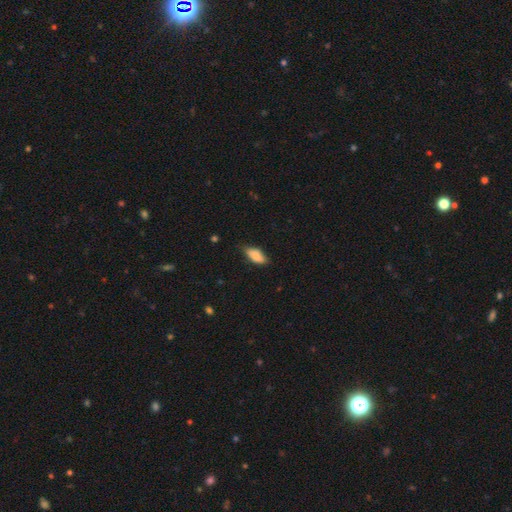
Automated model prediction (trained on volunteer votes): A smooth galaxy with no disk features (84%) that is in between round and cigar-shaped (83%). Merging: none (71%).